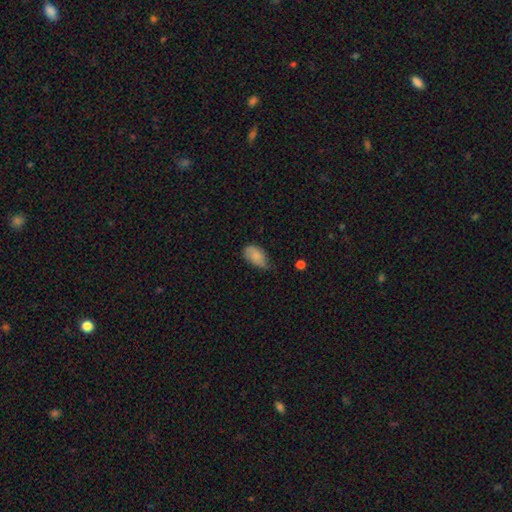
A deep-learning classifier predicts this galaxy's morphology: smooth_or_featured: smooth (p=0.79) [alt: featured or disk p=0.14]
how_rounded: in between (p=0.92) [alt: round p=0.06]
merging: none (p=0.46) [alt: minor disturbance p=0.44]